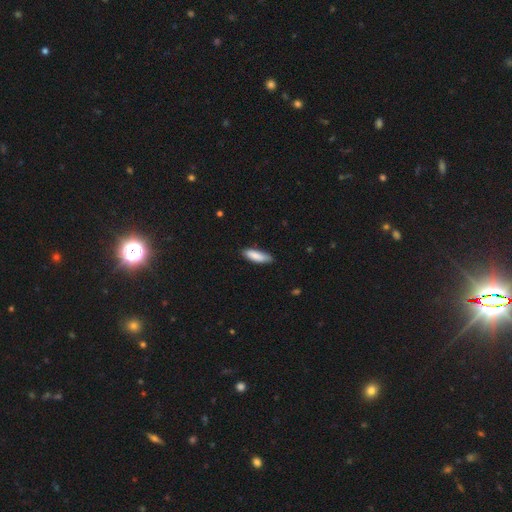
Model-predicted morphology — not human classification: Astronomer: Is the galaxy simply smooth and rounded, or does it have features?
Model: smooth — 86%.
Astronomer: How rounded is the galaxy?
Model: cigar-shaped — 50% (runner-up: in between, 49%).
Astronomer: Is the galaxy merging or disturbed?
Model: none — 79%.